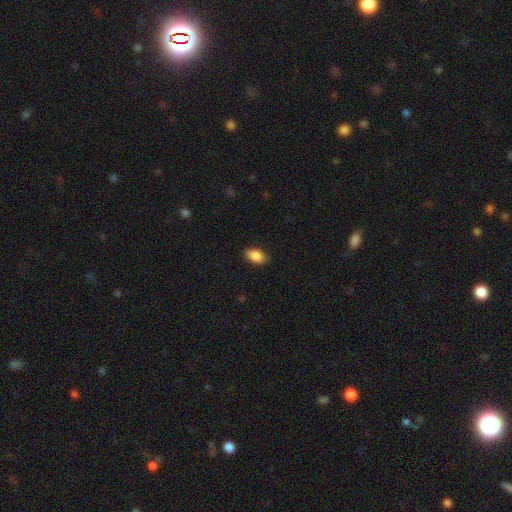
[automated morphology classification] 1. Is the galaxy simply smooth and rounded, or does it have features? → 88% smooth, 7% star or artifact, 4% featured or disk.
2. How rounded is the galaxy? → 91% in between, 7% round, 2% cigar-shaped.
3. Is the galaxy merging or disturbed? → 86% none, 11% minor disturbance, 2% major disturbance, 1% merger.